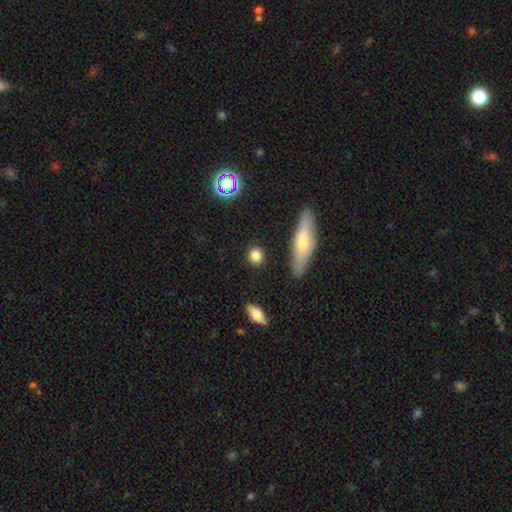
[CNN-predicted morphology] smooth_or_featured: smooth (p=0.82) [alt: star or artifact p=0.10]
how_rounded: round (p=0.81) [alt: in between p=0.15]
merging: none (p=0.87) [alt: minor disturbance p=0.09]